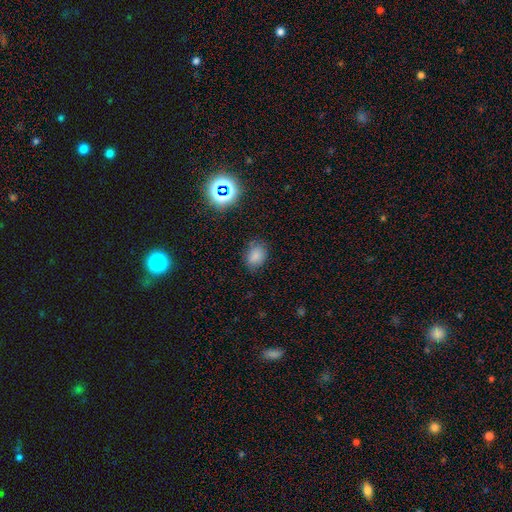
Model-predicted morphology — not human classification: Overall: smooth (79%). How rounded: in between (60%; round 39%). Merging: none (76%).